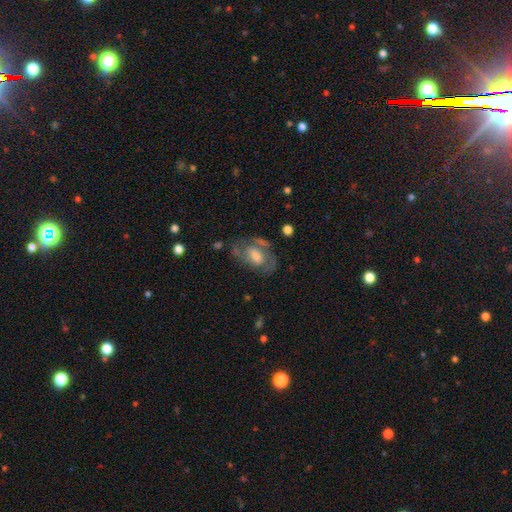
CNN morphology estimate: Overall: featured or disk (64%; smooth 28%). Edge-on disk: no (94%). Bar: no (48%; weak 39%). Spiral arms: yes (67%; no 33%). Bulge size: moderate (42%; large 25%). Merging: none (58%; minor disturbance 22%).